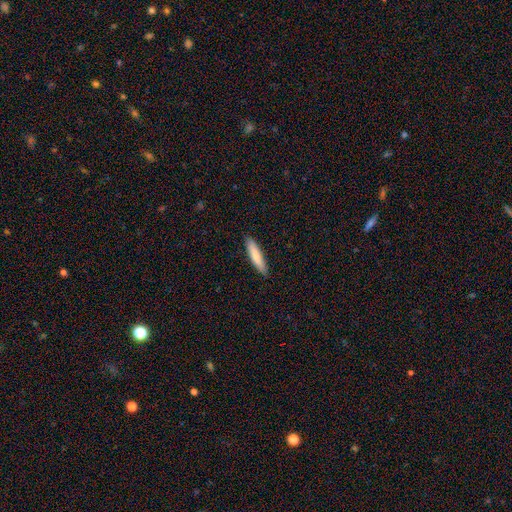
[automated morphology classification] Smooth or featured?
  - smooth: 78% *
  - featured or disk: 16%
  - star or artifact: 5%
How rounded?
  - cigar-shaped: 84% *
  - in between: 15%
  - round: 1%
Merging?
  - none: 90% *
  - minor disturbance: 8%
  - major disturbance: 1%
  - merger: 1%